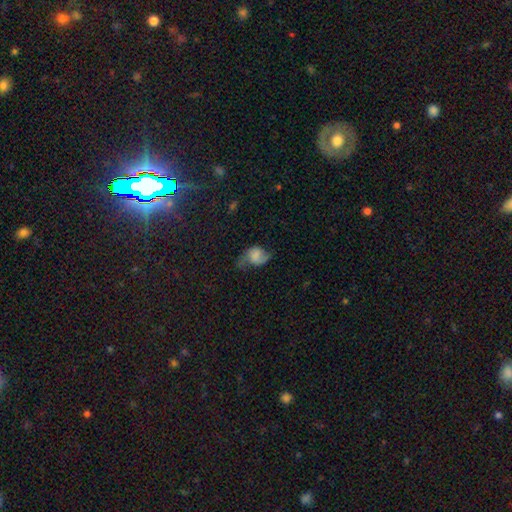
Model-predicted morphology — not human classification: This is possibly a smooth galaxy (54%). How rounded: likely in between (69%). Merging: marginally major disturbance (33%, tied with minor disturbance).